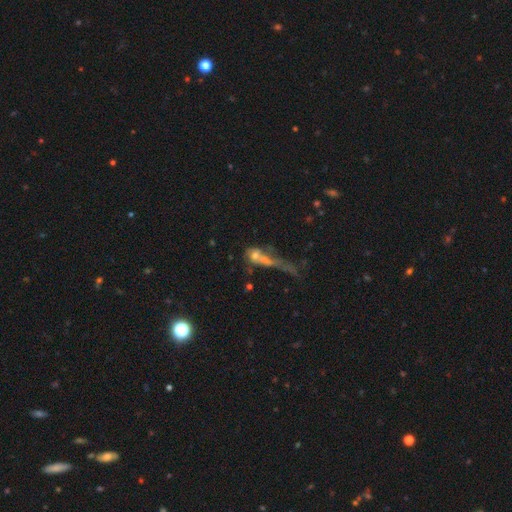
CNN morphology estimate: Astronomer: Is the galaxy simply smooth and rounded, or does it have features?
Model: smooth — 46% (runner-up: featured or disk, 39%).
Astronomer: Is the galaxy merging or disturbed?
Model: merger — 44% (runner-up: major disturbance, 30%).